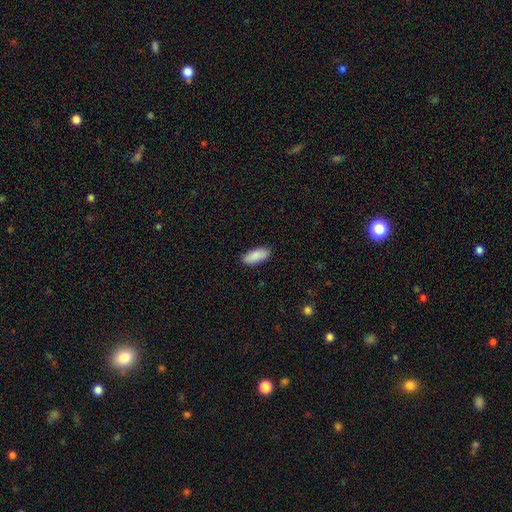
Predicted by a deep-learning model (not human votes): smooth_or_featured: smooth (p=0.90) [alt: star or artifact p=0.06]
how_rounded: in between (p=0.80) [alt: cigar-shaped p=0.18]
merging: none (p=0.88) [alt: minor disturbance p=0.09]